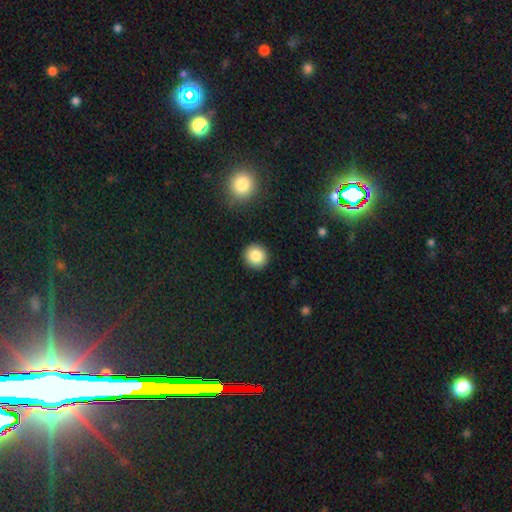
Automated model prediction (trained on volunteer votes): This is clearly a smooth galaxy (84%). How rounded: clearly round (91%). Merging: clearly none (92%).